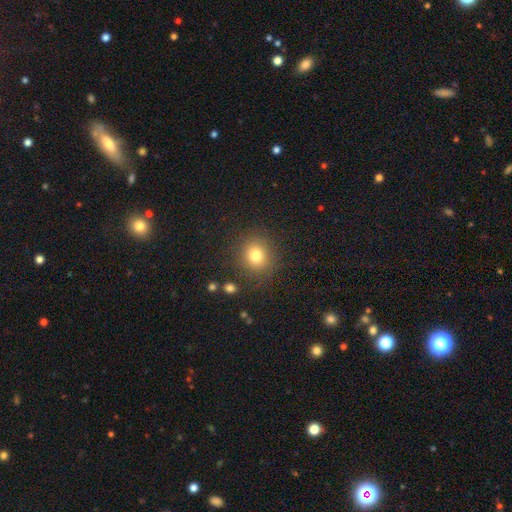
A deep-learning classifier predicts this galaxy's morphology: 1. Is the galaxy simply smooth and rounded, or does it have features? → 79% smooth, 13% star or artifact, 8% featured or disk.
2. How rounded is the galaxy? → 83% round, 16% in between, 1% cigar-shaped.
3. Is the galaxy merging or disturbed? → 86% none, 9% minor disturbance, 4% major disturbance, 2% merger.